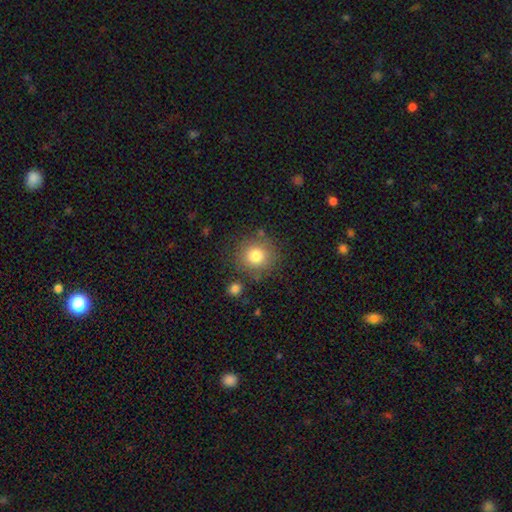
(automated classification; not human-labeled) This appears to be a smooth galaxy with no disk features (79%) that is round (90%). Merging: none (81%).